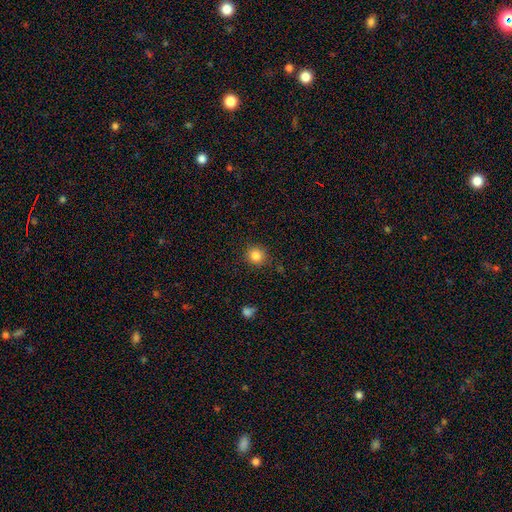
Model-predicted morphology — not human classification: Smooth or featured: smooth — 84% (star or artifact — 11%)
How rounded: round — 91% (in between — 8%)
Merging: none — 88% (minor disturbance — 8%)